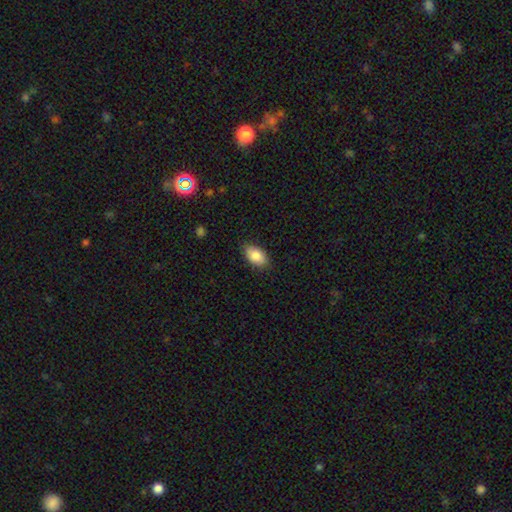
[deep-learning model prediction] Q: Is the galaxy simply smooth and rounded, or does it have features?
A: smooth — 86%.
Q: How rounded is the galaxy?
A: in between — 93%.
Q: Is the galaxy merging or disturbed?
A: none — 85%.